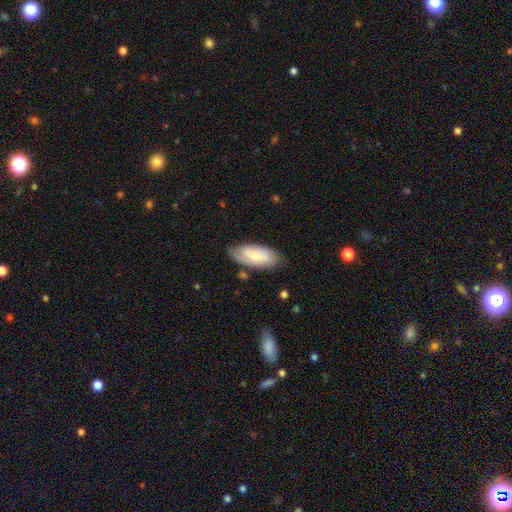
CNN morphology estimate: type=smooth (50%); merging=none (73%).